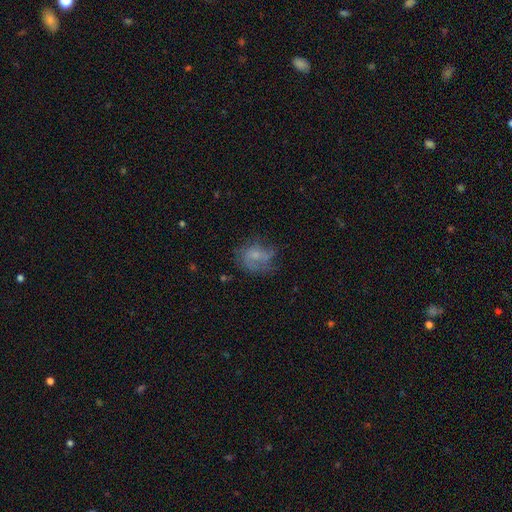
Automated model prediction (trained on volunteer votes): Morphology: type=featured or disk (55%); edge-on=no (97%); bar=no (65%); spiral arms=yes (73%); bulge=small (58%); merging=none (50%).